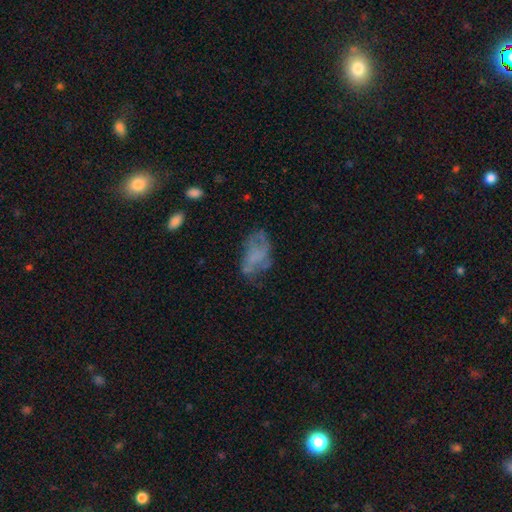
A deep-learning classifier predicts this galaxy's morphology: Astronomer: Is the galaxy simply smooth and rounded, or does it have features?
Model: smooth — 45% (runner-up: featured or disk, 43%).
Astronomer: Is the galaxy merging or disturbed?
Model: none — 43% (runner-up: minor disturbance, 27%).